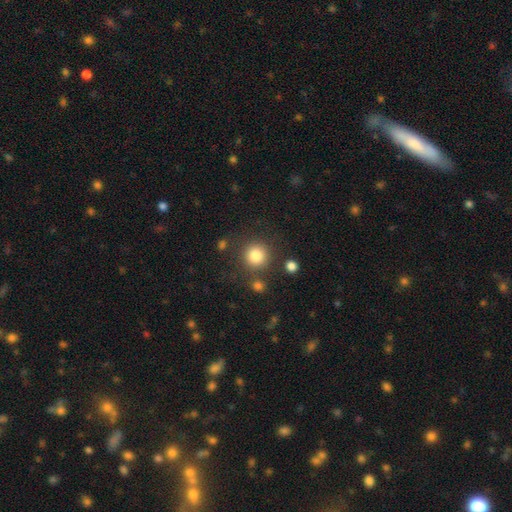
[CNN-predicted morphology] smooth 84%, star or artifact 11%, featured or disk 6%. Down the decision tree: how rounded — round (93%); merging — none (82%).